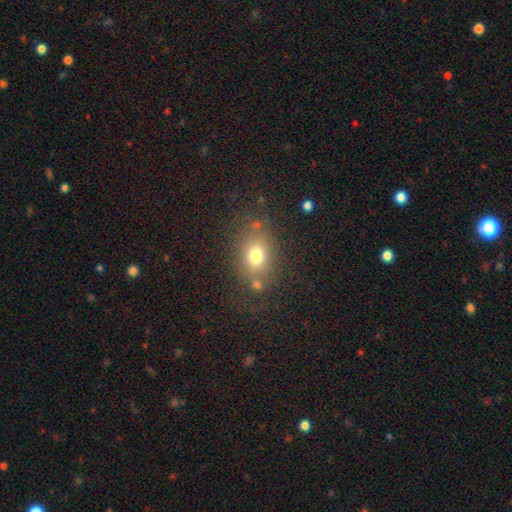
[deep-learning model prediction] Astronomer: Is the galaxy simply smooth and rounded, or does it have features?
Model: smooth — 73%.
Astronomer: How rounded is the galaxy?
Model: in between — 62%.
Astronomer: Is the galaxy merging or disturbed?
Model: none — 70%.